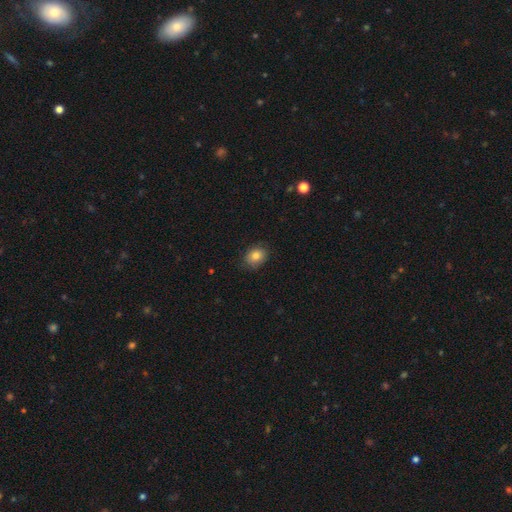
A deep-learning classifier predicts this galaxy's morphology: type=smooth (82%); roundness=in between (52%); merging=none (81%).